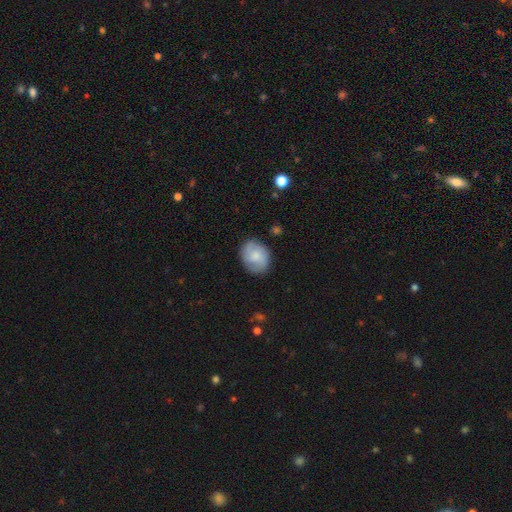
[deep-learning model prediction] The model was most divided on "how rounded": round: 51%, in between: 48%, cigar-shaped: 1%. More confident: merging — none (80%); smooth or featured — smooth (64%).